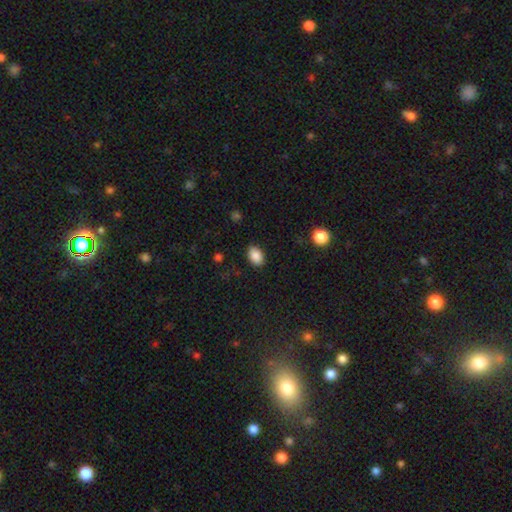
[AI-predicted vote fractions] This is clearly a smooth galaxy (88%). How rounded: clearly in between (84%). Merging: clearly none (87%).